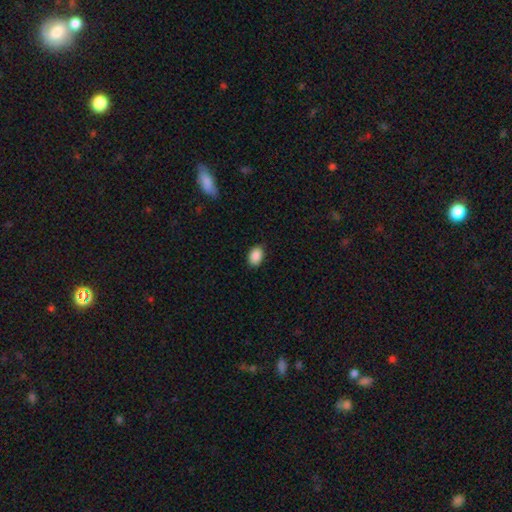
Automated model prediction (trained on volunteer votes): A smooth galaxy with no disk features (90%) that is in between round and cigar-shaped (83%). Merging: none (86%).